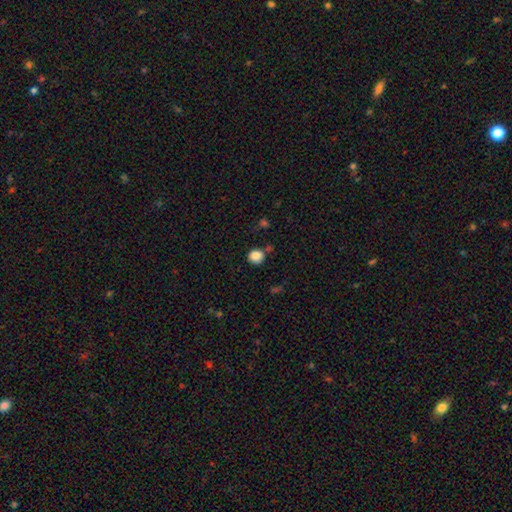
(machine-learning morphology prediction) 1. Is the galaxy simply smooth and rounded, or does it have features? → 86% smooth, 10% star or artifact, 4% featured or disk.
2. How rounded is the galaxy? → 85% round, 14% in between, 1% cigar-shaped.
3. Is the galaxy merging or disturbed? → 75% none, 14% minor disturbance, 6% merger, 5% major disturbance.